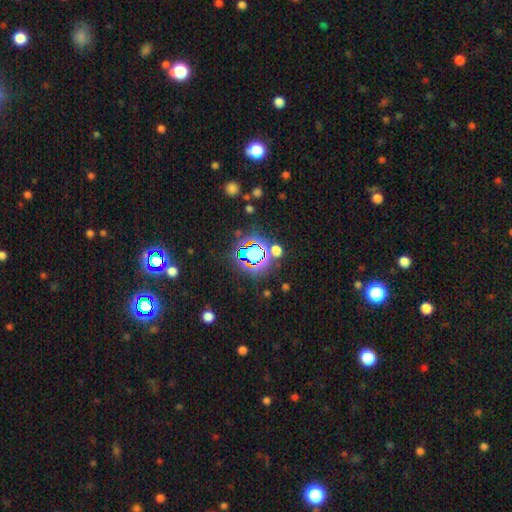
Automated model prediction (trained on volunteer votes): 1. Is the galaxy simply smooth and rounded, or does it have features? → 62% star or artifact, 26% smooth, 12% featured or disk.